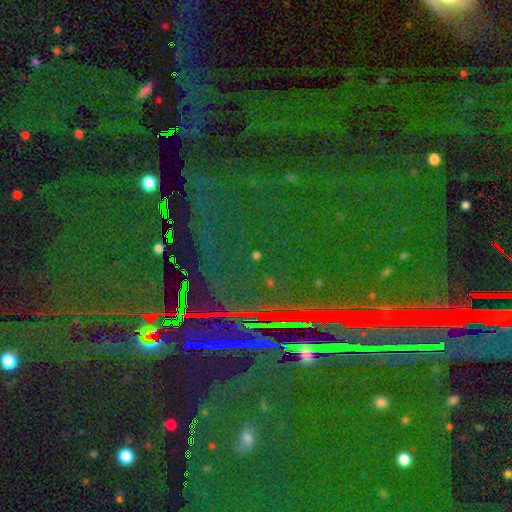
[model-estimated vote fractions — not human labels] This is clearly a star or artifact rather than a galaxy (86%).